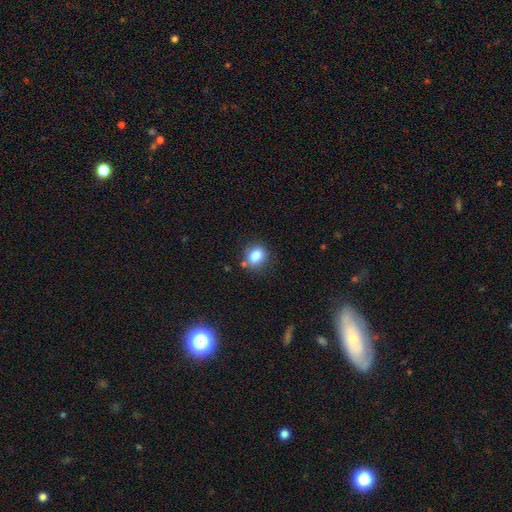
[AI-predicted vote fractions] Morphology: type=smooth (83%); roundness=round (54%); merging=none (75%).